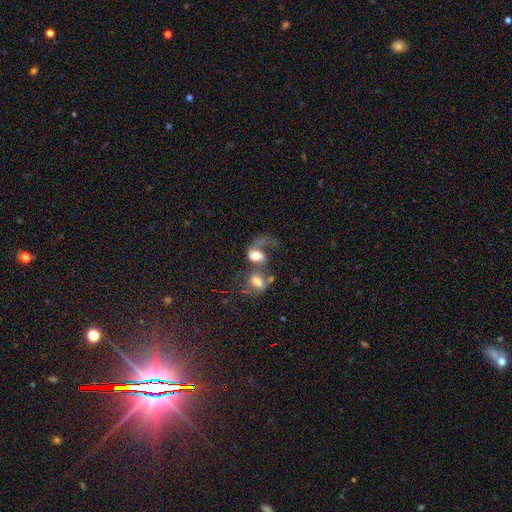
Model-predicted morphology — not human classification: The model was most divided on "smooth or featured": featured or disk: 45%, smooth: 44%, star or artifact: 11%. More confident: merging — merger (65%).